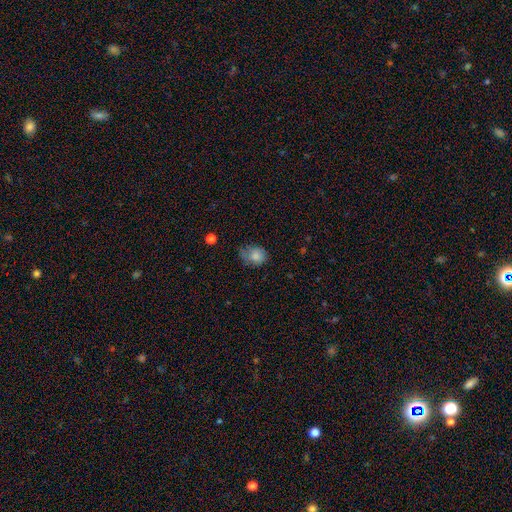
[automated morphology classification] Overall: smooth (79%). How rounded: in between (56%; round 43%). Merging: none (45%; minor disturbance 37%).